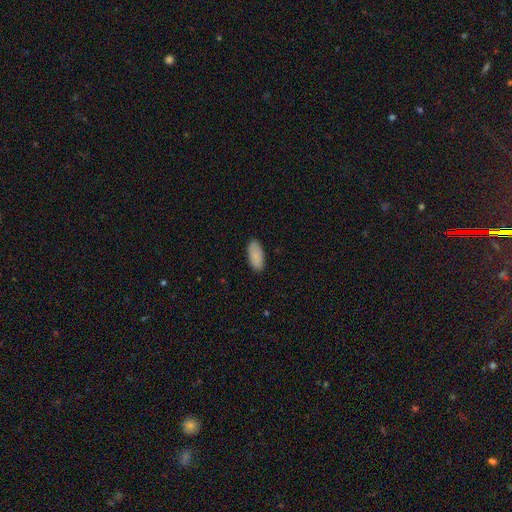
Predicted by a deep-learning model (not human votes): A smooth galaxy with no disk features (89%) that is in between round and cigar-shaped (88%). Merging: none (87%).